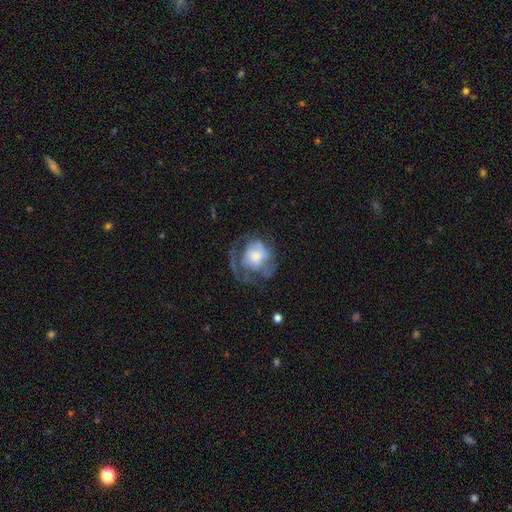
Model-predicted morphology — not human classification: Smooth or featured? Predicted: featured or disk (p=0.54). Edge-on disk? Predicted: no (p=0.97). Bar? Predicted: no (p=0.77). Spiral arms? Predicted: yes (p=0.64). Bulge size? Predicted: moderate (p=0.42). Merging? Predicted: major disturbance (p=0.40).